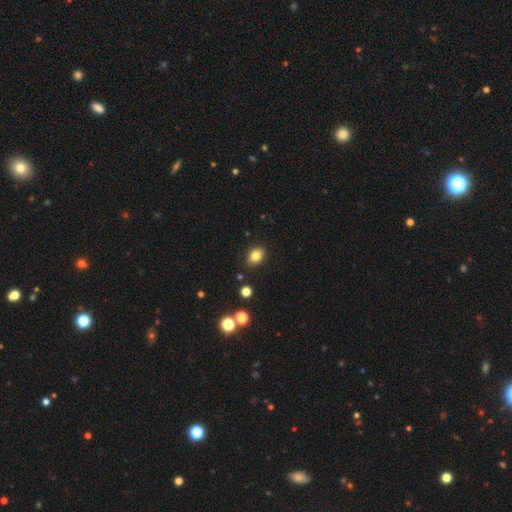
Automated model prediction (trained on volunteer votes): smooth 82%, star or artifact 11%, featured or disk 7%. Down the decision tree: how rounded — in between (62%); merging — none (87%).